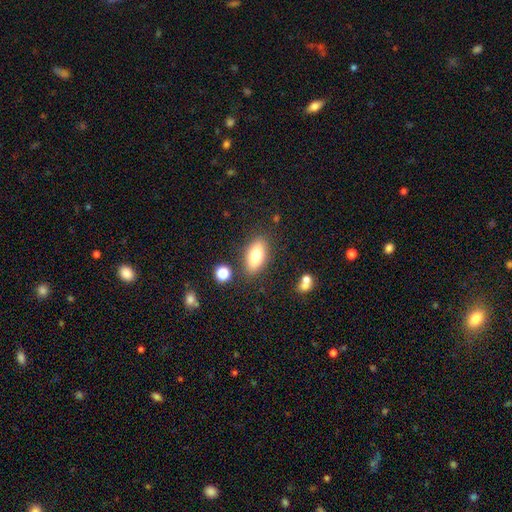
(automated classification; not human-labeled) Q: Smooth or featured?
A: smooth (75%); runner-up: featured or disk (17%)
Q: How rounded?
A: in between (84%); runner-up: cigar-shaped (12%)
Q: Merging?
A: none (82%); runner-up: minor disturbance (11%)